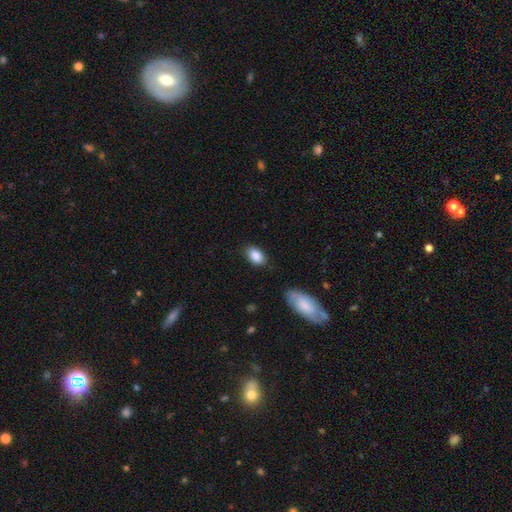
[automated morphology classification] Smooth or featured? smooth (86%)
How rounded? in between (89%)
Merging? none (81%)